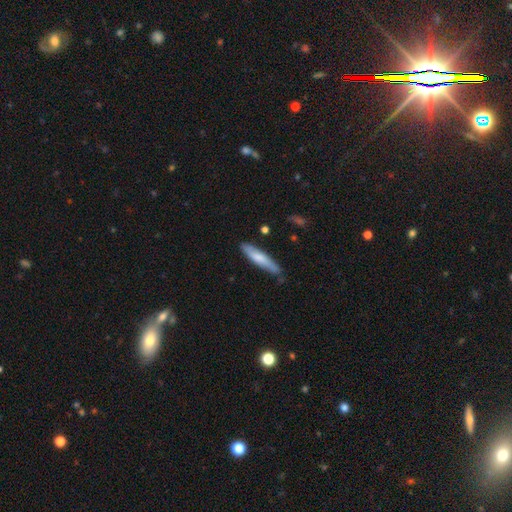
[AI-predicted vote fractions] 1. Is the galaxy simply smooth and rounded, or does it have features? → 64% smooth, 30% featured or disk, 7% star or artifact.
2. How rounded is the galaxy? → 86% cigar-shaped, 12% in between, 1% round.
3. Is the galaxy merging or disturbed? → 78% none, 17% minor disturbance, 3% major disturbance, 2% merger.